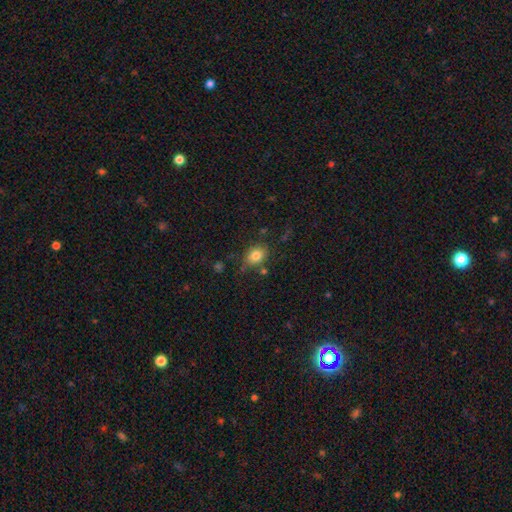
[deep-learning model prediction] A smooth galaxy with no disk features (82%) that is in between round and cigar-shaped (59%). Merging: none (74%).